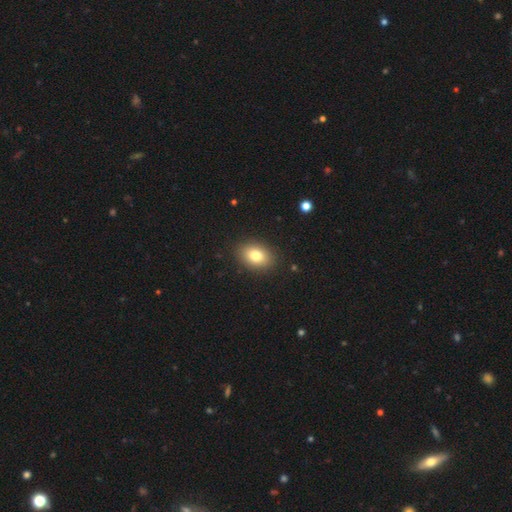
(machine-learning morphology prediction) smooth_or_featured: smooth (p=0.80) [alt: featured or disk p=0.10]
how_rounded: in between (p=0.77) [alt: round p=0.22]
merging: none (p=0.89) [alt: minor disturbance p=0.08]